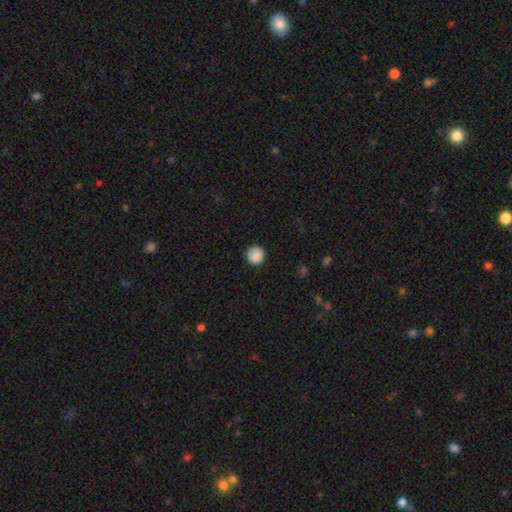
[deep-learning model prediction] smooth 89%, star or artifact 9%, featured or disk 3%. Down the decision tree: how rounded — round (95%); merging — none (90%).